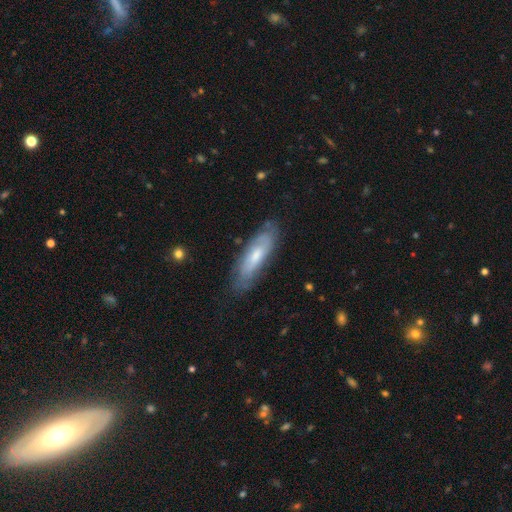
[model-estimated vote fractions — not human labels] Smooth or featured? Predicted: featured or disk (p=0.50). Merging? Predicted: none (p=0.75).